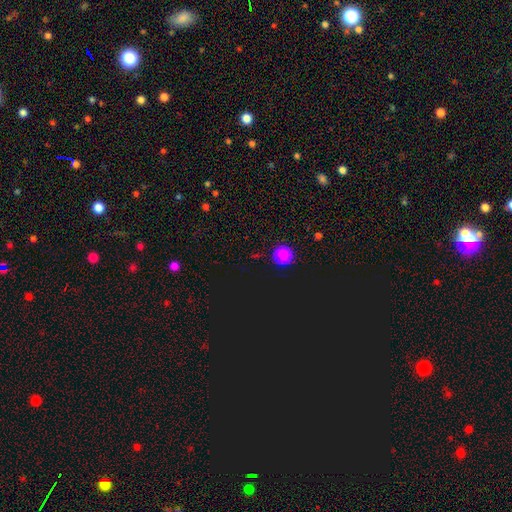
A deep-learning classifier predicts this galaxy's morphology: The model was most divided on "smooth or featured": smooth: 68%, star or artifact: 28%, featured or disk: 5%. More confident: how rounded — round (94%); merging — none (90%).